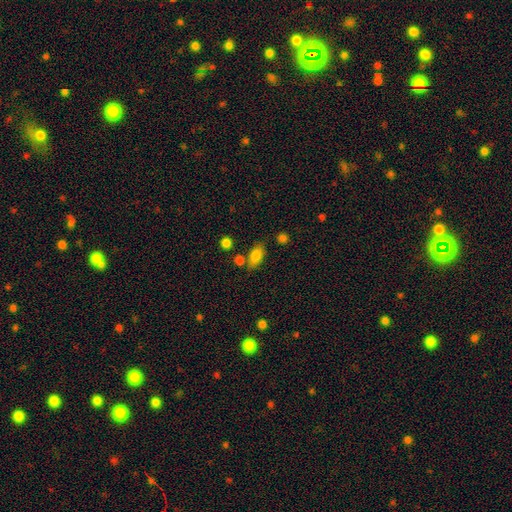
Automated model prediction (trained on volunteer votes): smooth-or-featured: smooth: 81% | featured or disk: 11% | star or artifact: 8%
  how-rounded: in between: 85% | cigar-shaped: 10% | round: 5%
  merging: none: 72% | minor disturbance: 14% | merger: 9% | major disturbance: 4%